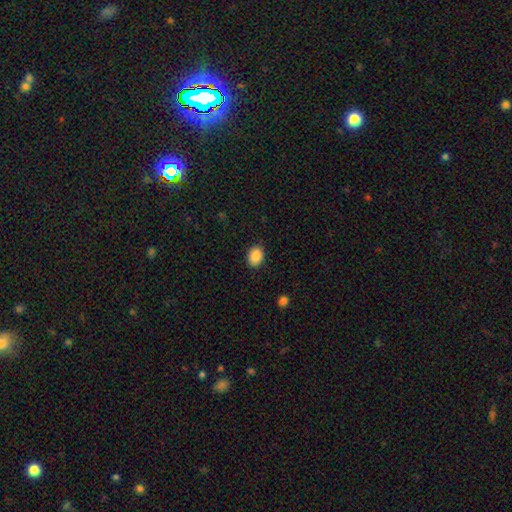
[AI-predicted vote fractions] The model was most divided on "how rounded": in between: 66%, round: 33%, cigar-shaped: 1%. More confident: smooth or featured — smooth (88%); merging — none (87%).